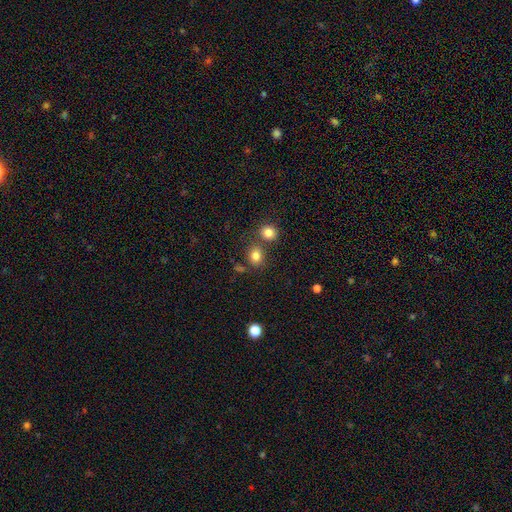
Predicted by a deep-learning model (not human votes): Overall: smooth (81%). How rounded: round (66%; in between 33%). Merging: none (67%).